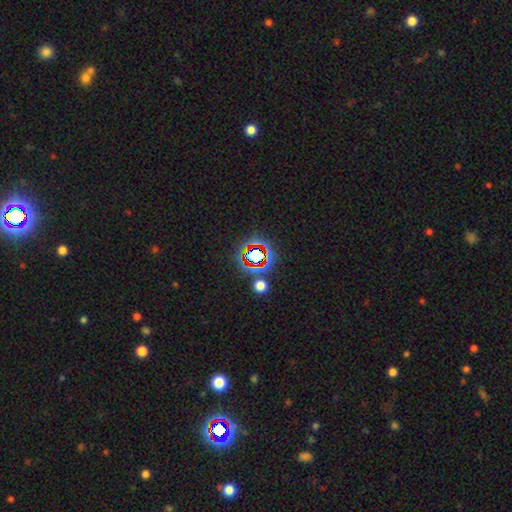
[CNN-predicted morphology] Overall: star or artifact (65%).